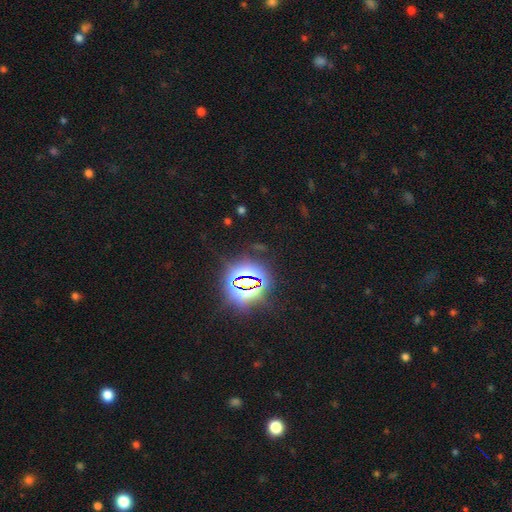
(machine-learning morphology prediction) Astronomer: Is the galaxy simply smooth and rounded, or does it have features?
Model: star or artifact — 84%.